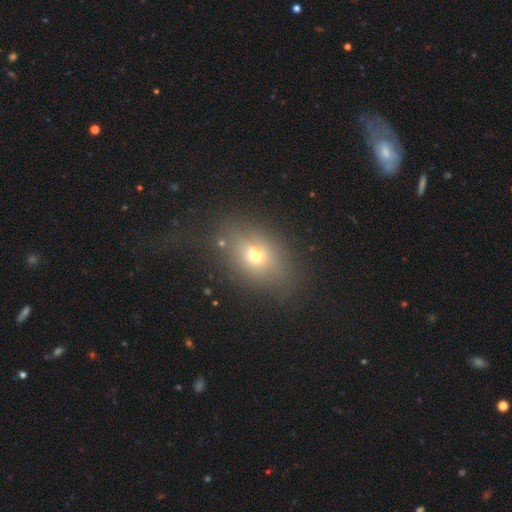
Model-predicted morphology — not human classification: type=smooth (61%); roundness=in between (73%); merging=none (68%).